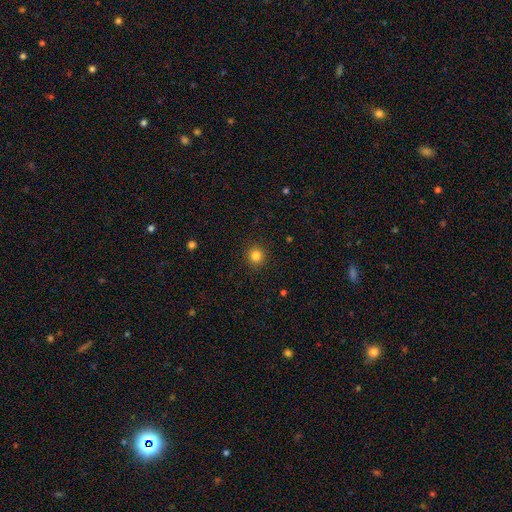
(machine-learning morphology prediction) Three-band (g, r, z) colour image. It shows a smooth galaxy with no disk features (83%) that is round (94%). Merging: none (92%).